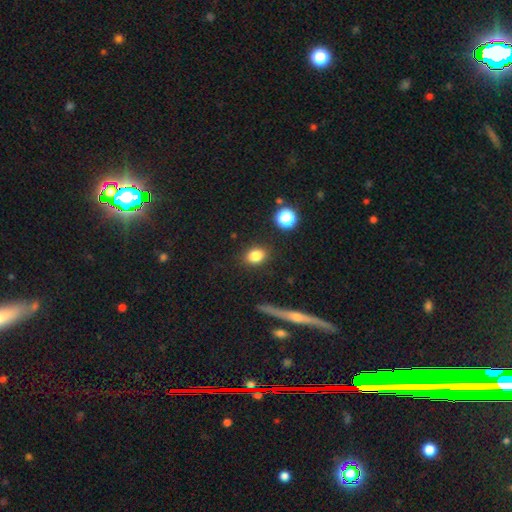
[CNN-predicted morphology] The model was most divided on "how rounded": in between: 61%, round: 37%, cigar-shaped: 2%. More confident: merging — none (88%); smooth or featured — smooth (83%).